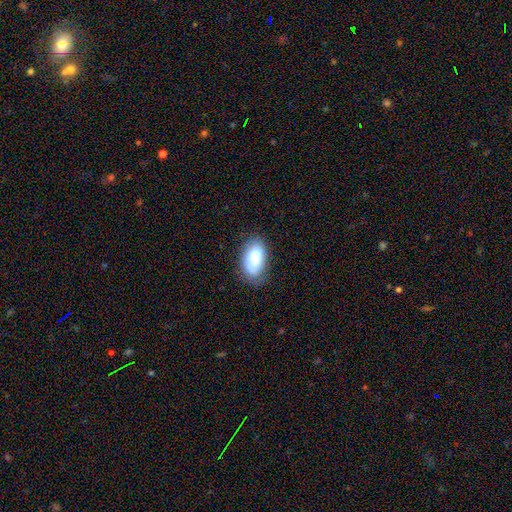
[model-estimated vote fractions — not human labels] Overall: smooth (82%). How rounded: in between (94%). Merging: none (72%).